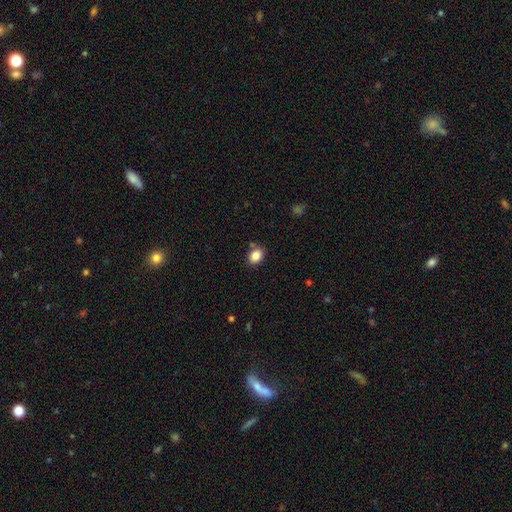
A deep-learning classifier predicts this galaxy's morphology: Smooth or featured: smooth — 86% (star or artifact — 9%)
How rounded: in between — 60% (round — 39%)
Merging: none — 81% (minor disturbance — 11%)